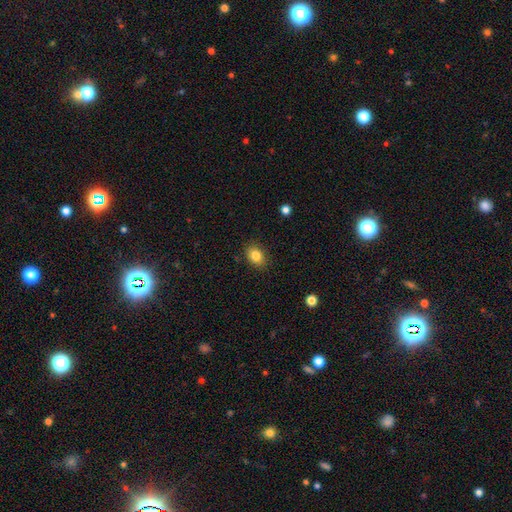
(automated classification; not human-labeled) This appears to be a smooth galaxy with no disk features (84%) that is in between round and cigar-shaped (67%). Merging: none (87%).